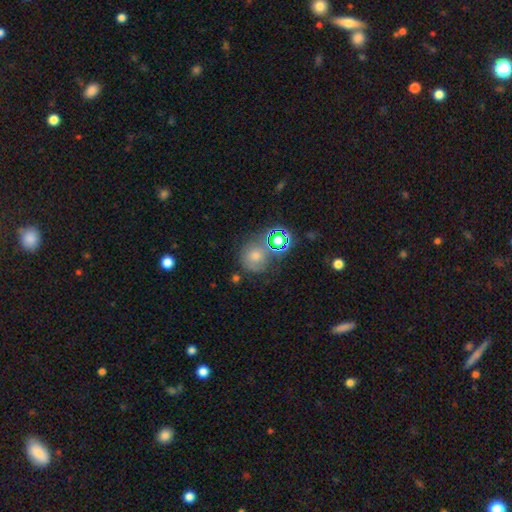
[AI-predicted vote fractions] Q: Smooth or featured?
A: smooth (41%); runner-up: star or artifact (36%)
Q: Merging?
A: none (69%); runner-up: minor disturbance (15%)